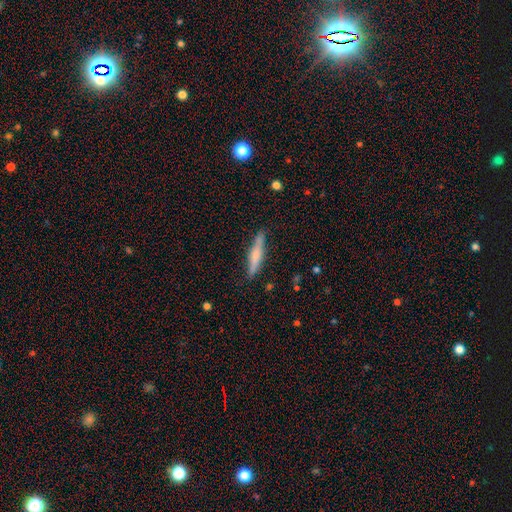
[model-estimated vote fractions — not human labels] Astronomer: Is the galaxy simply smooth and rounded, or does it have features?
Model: smooth — 54% (runner-up: featured or disk, 39%).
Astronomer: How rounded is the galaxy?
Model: cigar-shaped — 89%.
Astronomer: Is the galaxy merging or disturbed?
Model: none — 84%.